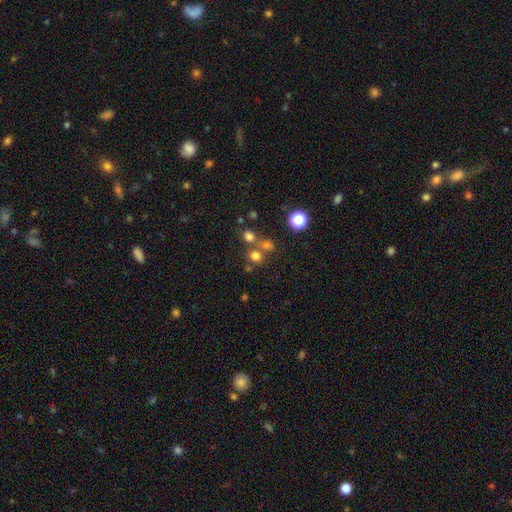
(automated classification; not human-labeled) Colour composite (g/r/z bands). It shows a smooth galaxy with no disk features (70%) that is round (82%). Merging: none (58%).